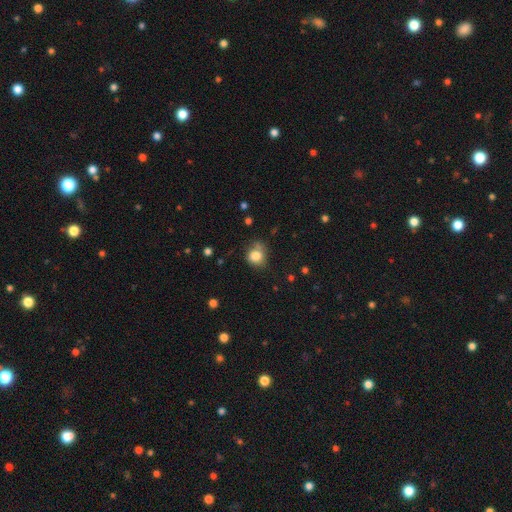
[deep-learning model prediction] smooth-or-featured: smooth: 81% | star or artifact: 10% | featured or disk: 9%
  how-rounded: round: 77% | in between: 22% | cigar-shaped: 1%
  merging: none: 58% | minor disturbance: 27% | major disturbance: 9% | merger: 6%